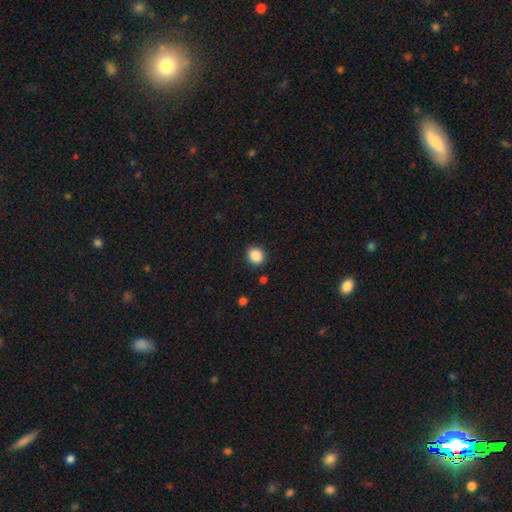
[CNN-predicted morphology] Smooth or featured: smooth — 87% (star or artifact — 10%)
How rounded: round — 86% (in between — 13%)
Merging: none — 91% (minor disturbance — 6%)